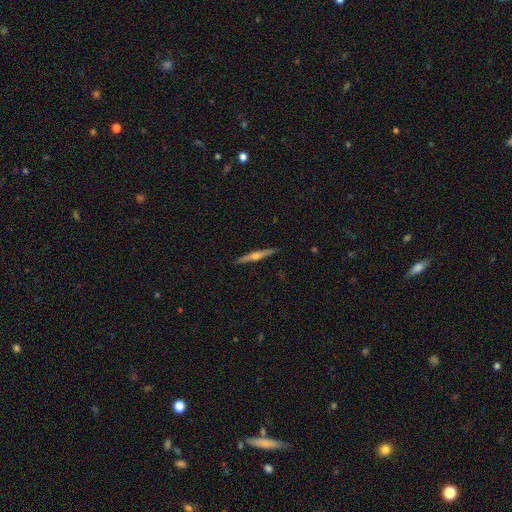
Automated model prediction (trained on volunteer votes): Smooth or featured? Predicted: featured or disk (p=0.74). Edge-on disk? Predicted: yes (p=0.98). Edge-on bulge? Predicted: rounded (p=0.89). Merging? Predicted: none (p=0.92).